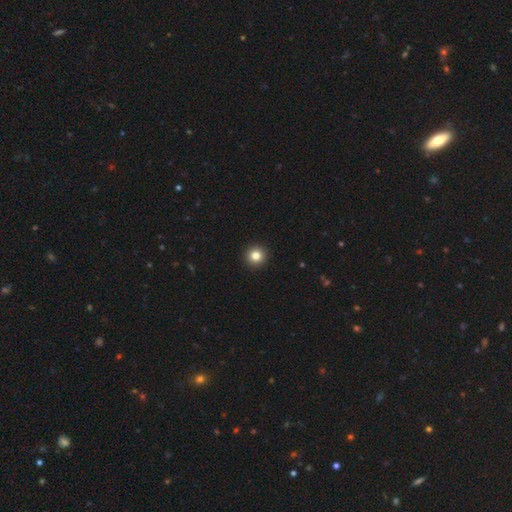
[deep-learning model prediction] smooth-or-featured: smooth: 83% | star or artifact: 11% | featured or disk: 6%
  how-rounded: round: 95% | in between: 4% | cigar-shaped: 1%
  merging: none: 94% | minor disturbance: 4% | major disturbance: 1% | merger: 1%